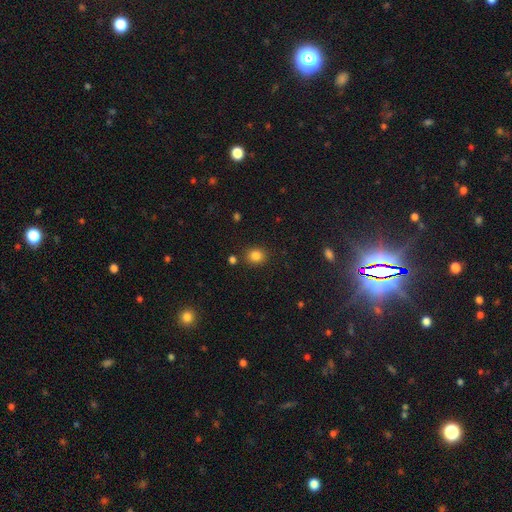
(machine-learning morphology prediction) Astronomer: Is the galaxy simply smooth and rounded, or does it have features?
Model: smooth — 84%.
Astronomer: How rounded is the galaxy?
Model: round — 70%.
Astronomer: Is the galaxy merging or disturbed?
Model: none — 84%.